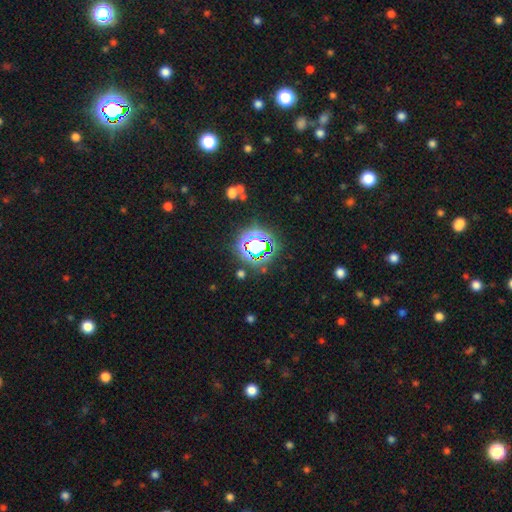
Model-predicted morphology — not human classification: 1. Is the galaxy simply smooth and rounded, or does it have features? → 77% star or artifact, 15% smooth, 8% featured or disk.